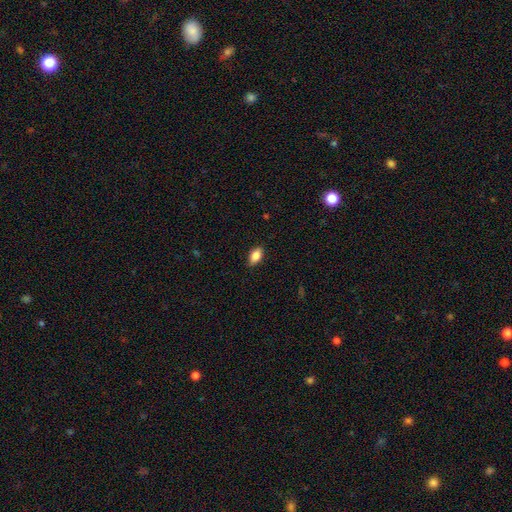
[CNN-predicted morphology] Smooth or featured: smooth — 86% (star or artifact — 8%)
How rounded: in between — 90% (round — 7%)
Merging: none — 86% (minor disturbance — 11%)